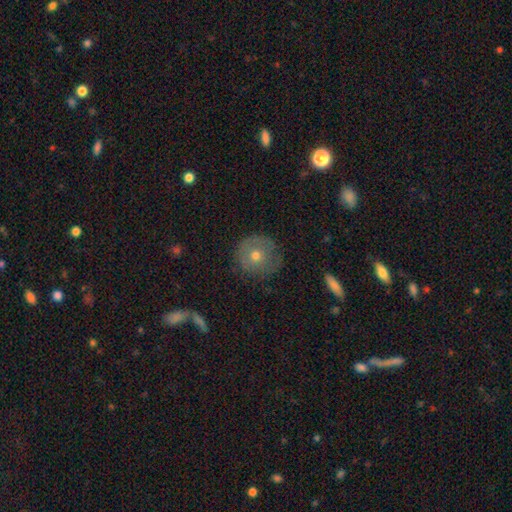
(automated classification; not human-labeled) Smooth or featured? Predicted: smooth (p=0.53). How rounded? Predicted: round (p=0.91). Merging? Predicted: none (p=0.77).